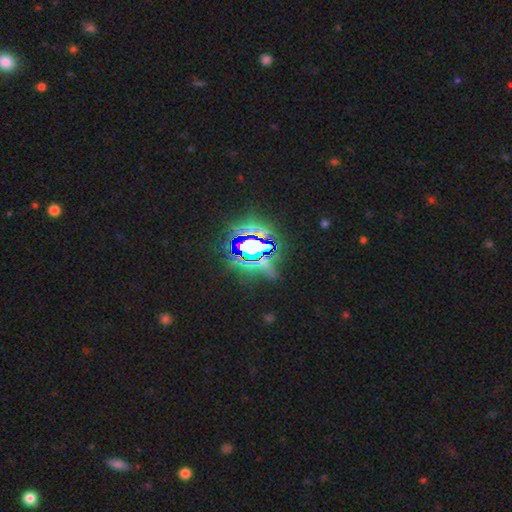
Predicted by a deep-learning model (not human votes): Smooth or featured?
  - star or artifact: 81% *
  - smooth: 10%
  - featured or disk: 9%